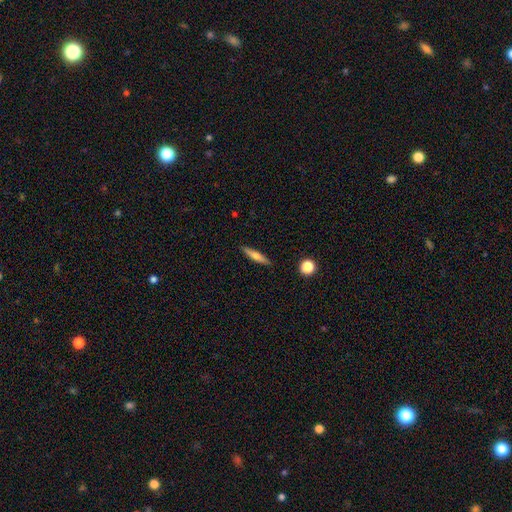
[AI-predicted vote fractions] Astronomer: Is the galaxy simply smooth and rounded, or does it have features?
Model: smooth — 54% (runner-up: featured or disk, 39%).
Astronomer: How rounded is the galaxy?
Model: cigar-shaped — 86%.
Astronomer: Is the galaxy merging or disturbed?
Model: none — 90%.